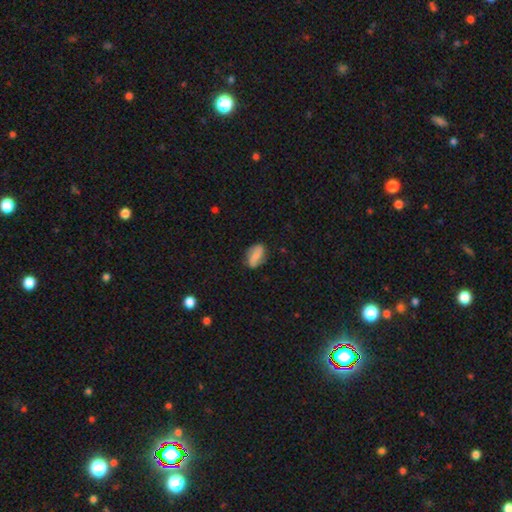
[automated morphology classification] Overall: smooth (58%; featured or disk 34%). How rounded: in between (85%). Merging: none (76%).